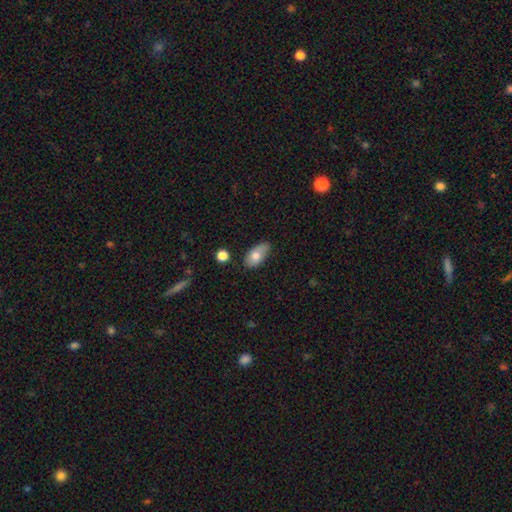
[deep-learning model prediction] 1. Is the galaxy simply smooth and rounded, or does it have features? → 76% smooth, 17% featured or disk, 7% star or artifact.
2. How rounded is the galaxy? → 91% in between, 5% round, 4% cigar-shaped.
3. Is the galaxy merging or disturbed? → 68% none, 24% minor disturbance, 4% major disturbance, 3% merger.